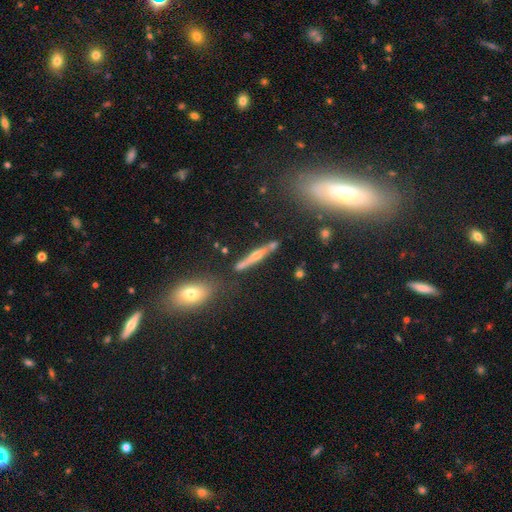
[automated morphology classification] smooth-or-featured: smooth: 41% | featured or disk: 40% | star or artifact: 19%
  merging: none: 74% | minor disturbance: 13% | merger: 9% | major disturbance: 5%